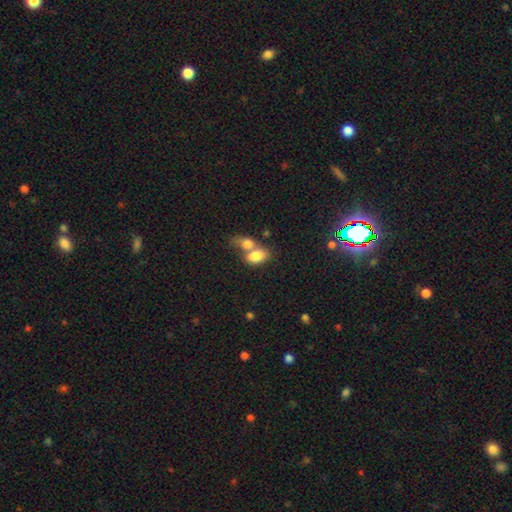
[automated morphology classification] smooth-or-featured: smooth: 79% | featured or disk: 13% | star or artifact: 8%
  how-rounded: in between: 86% | round: 12% | cigar-shaped: 2%
  merging: merger: 65% | none: 23% | minor disturbance: 8% | major disturbance: 5%